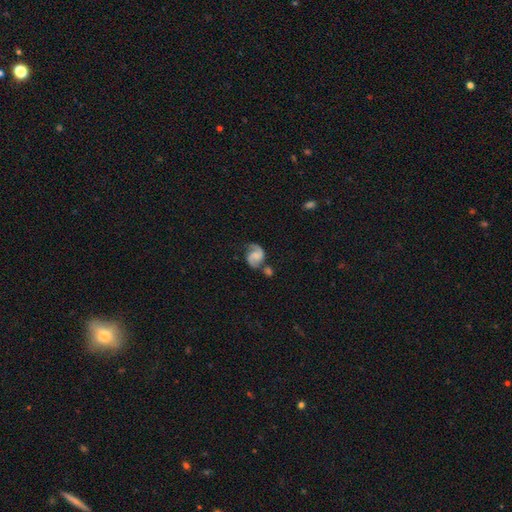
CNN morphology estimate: featured or disk 80%, smooth 13%, star or artifact 6%. Down the decision tree: edge-on disk — no (98%); bar — no (56%); spiral arms — yes (96%); spiral arm count — 2 (91%); spiral winding — medium (53%); bulge size — none (42%); merging — none (55%).